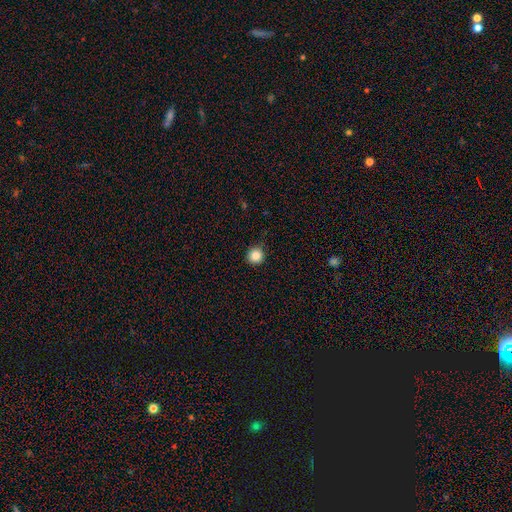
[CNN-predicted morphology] type=smooth (86%); roundness=round (95%); merging=none (88%).